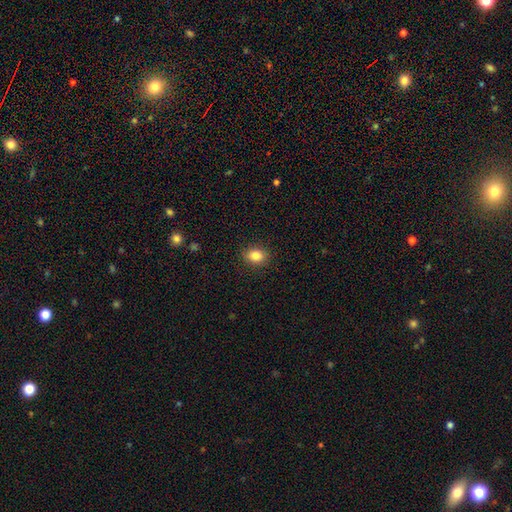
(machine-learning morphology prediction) smooth-or-featured: smooth: 85% | star or artifact: 10% | featured or disk: 6%
  how-rounded: in between: 52% | round: 47% | cigar-shaped: 1%
  merging: none: 89% | minor disturbance: 8% | major disturbance: 2% | merger: 1%